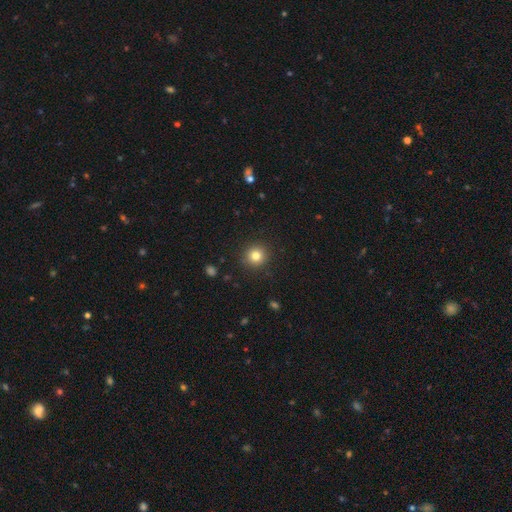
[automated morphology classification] A smooth galaxy with no disk features (81%) that is round (94%).

Vote fractions:
- Smooth or featured? smooth: 81% / star or artifact: 12% / featured or disk: 7%
- How rounded? round: 94% / in between: 6% / cigar-shaped: 1%
- Merging? none: 91% / minor disturbance: 6% / major disturbance: 2% / merger: 1%